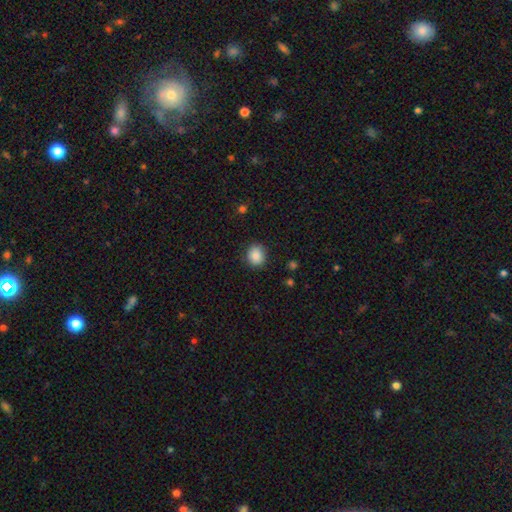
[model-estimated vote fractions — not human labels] Q: Smooth or featured?
A: smooth (87%); runner-up: star or artifact (9%)
Q: How rounded?
A: round (72%); runner-up: in between (27%)
Q: Merging?
A: none (87%); runner-up: minor disturbance (9%)